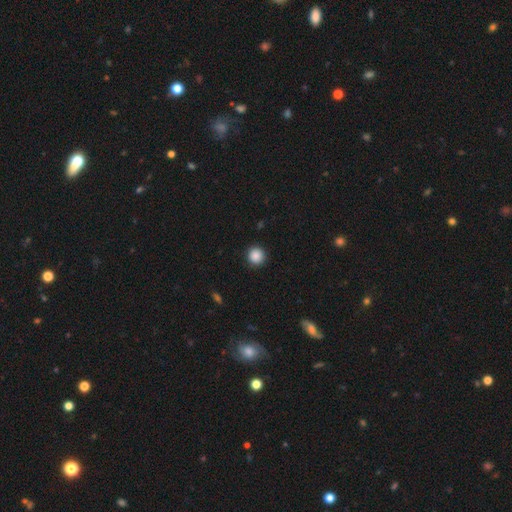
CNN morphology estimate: smooth_or_featured: smooth (p=0.88) [alt: star or artifact p=0.09]
how_rounded: round (p=0.95) [alt: in between p=0.04]
merging: none (p=0.91) [alt: minor disturbance p=0.06]